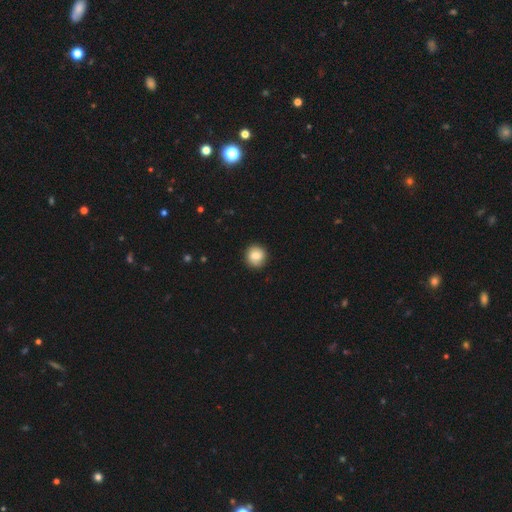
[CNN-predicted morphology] Smooth or featured? smooth (80%)
How rounded? round (90%)
Merging? none (88%)